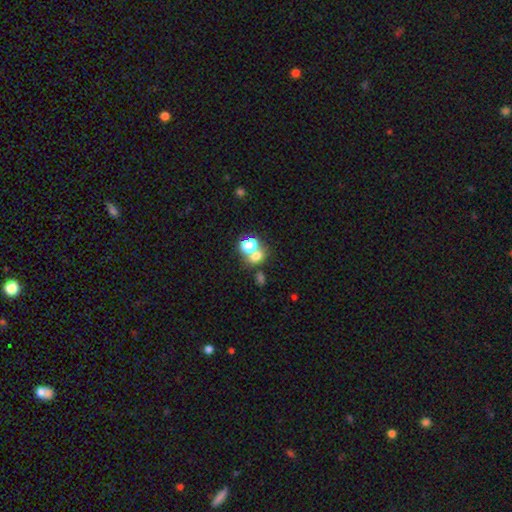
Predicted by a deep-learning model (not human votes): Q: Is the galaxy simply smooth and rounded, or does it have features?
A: smooth — 65%.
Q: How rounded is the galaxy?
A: round — 62%.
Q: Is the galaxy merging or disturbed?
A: none — 46%.